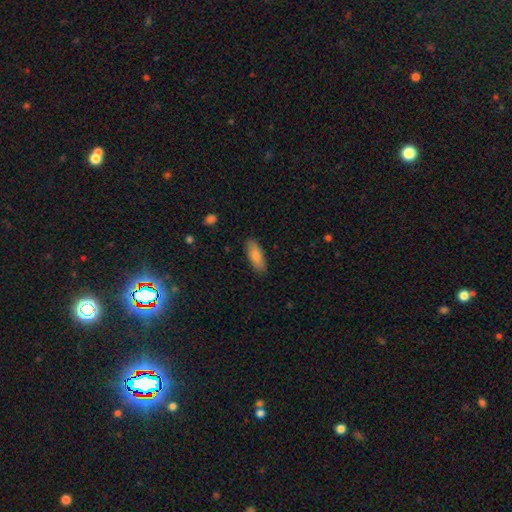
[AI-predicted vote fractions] This appears to be a smooth galaxy with no disk features (86%) that is in between round and cigar-shaped (69%). Merging: none (87%).